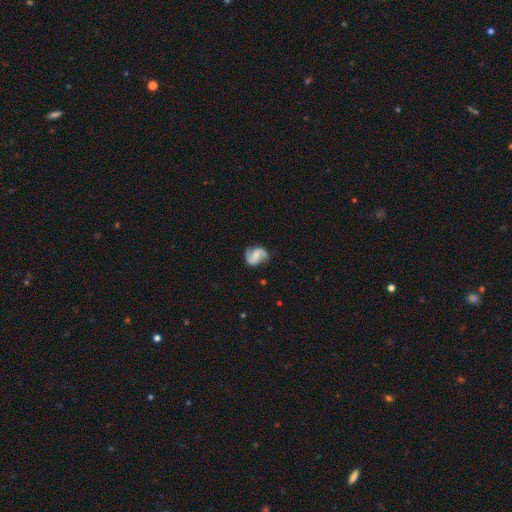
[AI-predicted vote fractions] A featured or disk galaxy (83%) with a weak bar (43%), 2 (92%) loose (44%) spiral arms (96%) and no central bulge (40%).

Vote fractions:
- Smooth or featured? featured or disk: 83% / smooth: 11% / star or artifact: 6%
- Edge-on disk? no: 98% / yes: 2%
- Bar? weak: 43% / no: 38% / strong: 19%
- Spiral arms? yes: 96% / no: 4%
- Spiral winding? loose: 44% / medium: 43% / tight: 14%
- Spiral arm count? 2: 92% / can't tell: 3% / 1: 2% / 3: 1% / 4: 1% / more than 4: 1%
- Bulge size? none: 40% / small: 37% / moderate: 19% / large: 3% / dominant: 1%
- Merging? none: 78% / minor disturbance: 15% / major disturbance: 5% / merger: 2%